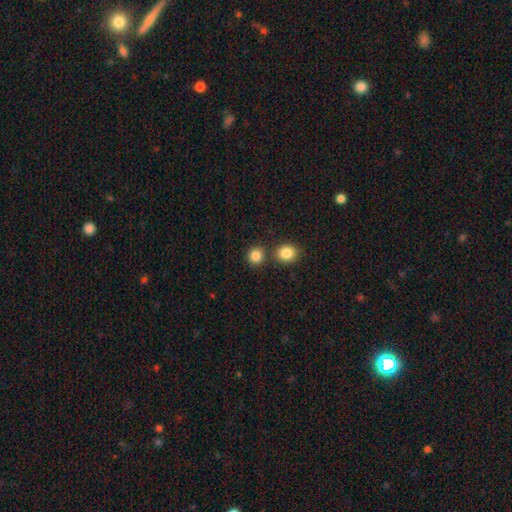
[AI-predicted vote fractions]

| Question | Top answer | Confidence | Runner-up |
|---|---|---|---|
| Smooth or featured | smooth | 84% | star or artifact (11%) |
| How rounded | round | 88% | in between (11%) |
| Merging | none | 76% | merger (15%) |